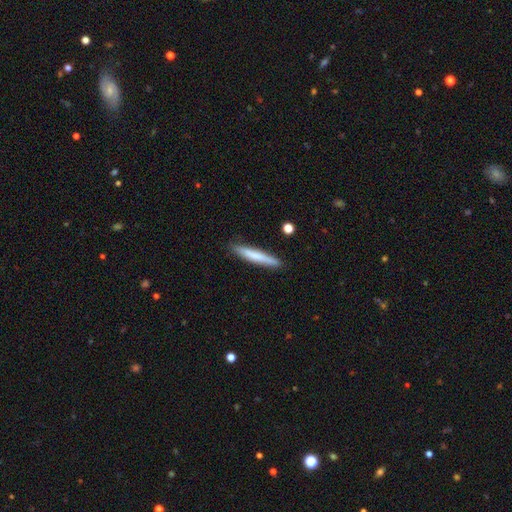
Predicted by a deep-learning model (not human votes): Smooth or featured? smooth (69%)
How rounded? cigar-shaped (94%)
Merging? none (88%)